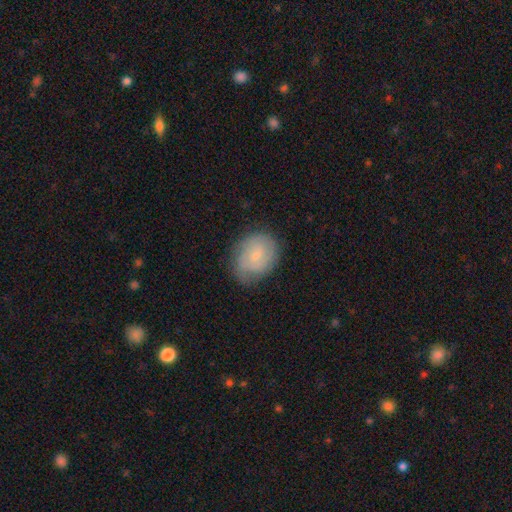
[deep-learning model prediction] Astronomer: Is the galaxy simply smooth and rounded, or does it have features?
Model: featured or disk — 49% (runner-up: smooth, 44%).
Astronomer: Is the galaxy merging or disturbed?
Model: none — 71%.